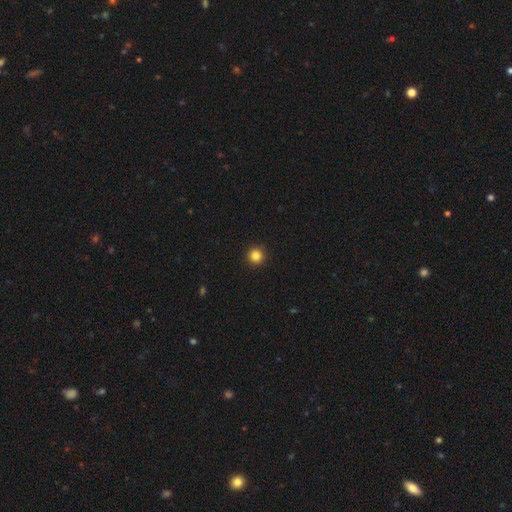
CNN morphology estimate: Q: Smooth or featured?
A: smooth (84%); runner-up: star or artifact (12%)
Q: How rounded?
A: round (96%); runner-up: in between (3%)
Q: Merging?
A: none (93%); runner-up: minor disturbance (4%)